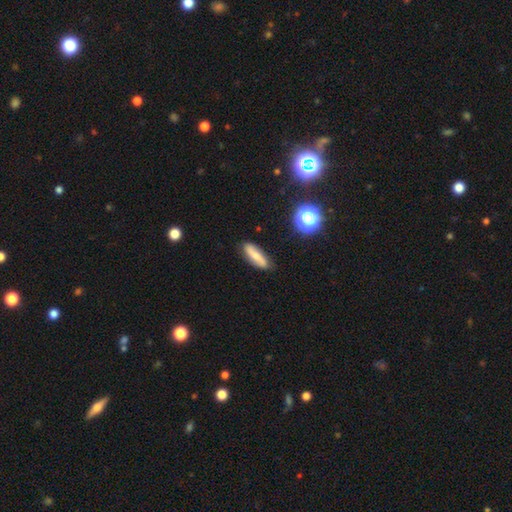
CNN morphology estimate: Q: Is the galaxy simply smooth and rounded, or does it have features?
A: smooth — 51%.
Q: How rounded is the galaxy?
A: cigar-shaped — 50%.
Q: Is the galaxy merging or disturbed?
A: none — 83%.